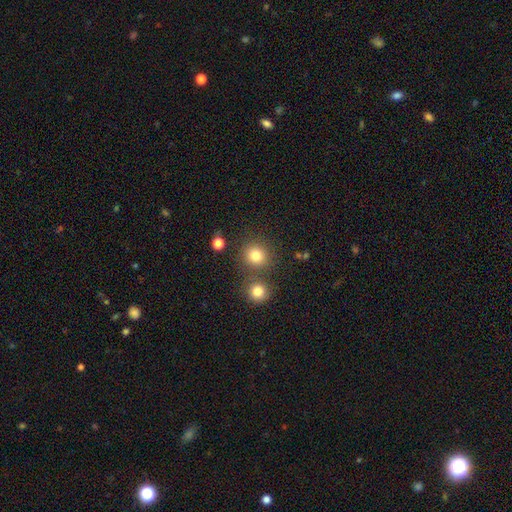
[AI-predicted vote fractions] smooth-or-featured: smooth: 80% | star or artifact: 14% | featured or disk: 6%
  how-rounded: round: 91% | in between: 8% | cigar-shaped: 1%
  merging: none: 77% | merger: 12% | minor disturbance: 7% | major disturbance: 3%